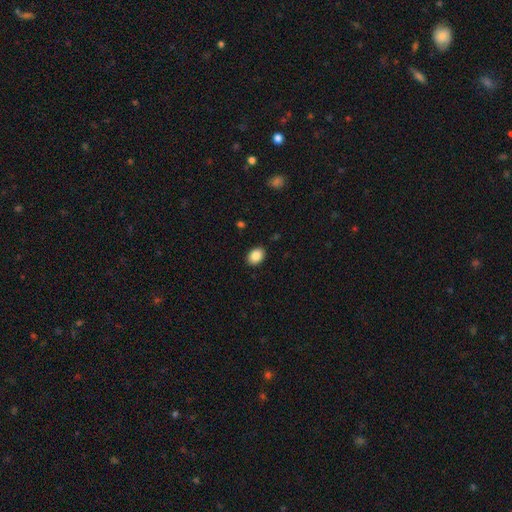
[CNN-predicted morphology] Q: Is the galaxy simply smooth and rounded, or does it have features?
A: smooth — 88%.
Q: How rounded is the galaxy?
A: in between — 73%.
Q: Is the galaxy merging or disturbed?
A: none — 89%.